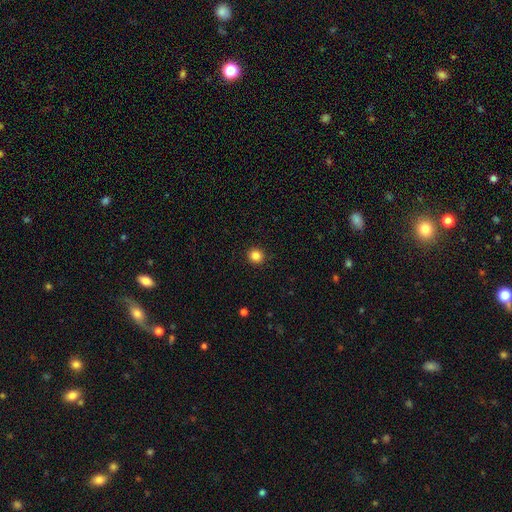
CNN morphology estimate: This is clearly a smooth galaxy (85%). How rounded: clearly round (91%). Merging: clearly none (92%).